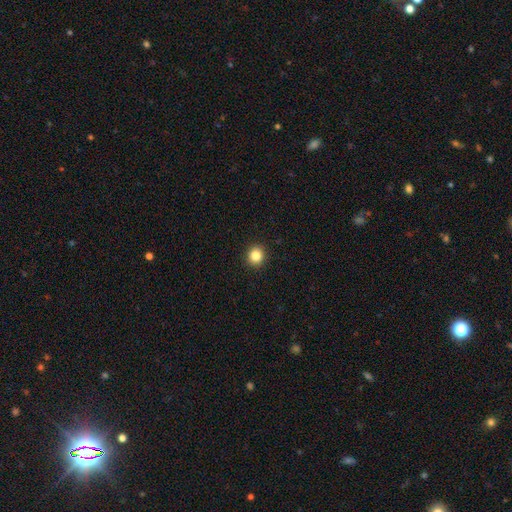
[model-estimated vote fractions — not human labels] smooth-or-featured: smooth: 85% | star or artifact: 11% | featured or disk: 4%
  how-rounded: round: 88% | in between: 11% | cigar-shaped: 1%
  merging: none: 92% | minor disturbance: 5% | major disturbance: 2% | merger: 1%